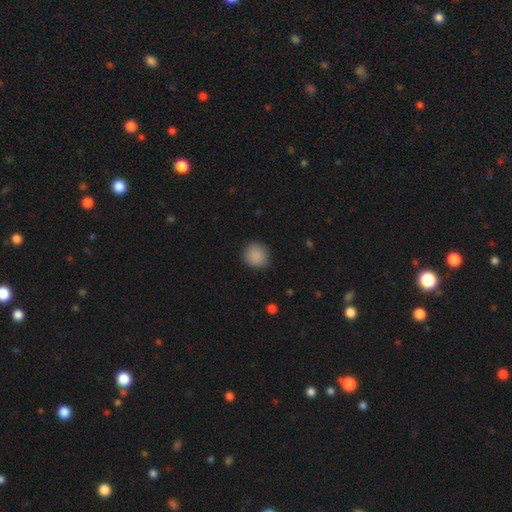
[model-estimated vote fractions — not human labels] smooth-or-featured: smooth: 89% | star or artifact: 8% | featured or disk: 3%
  how-rounded: round: 85% | in between: 14% | cigar-shaped: 1%
  merging: none: 85% | minor disturbance: 11% | major disturbance: 3% | merger: 1%